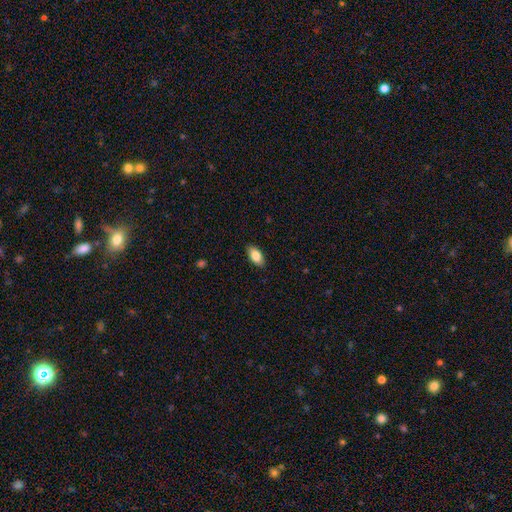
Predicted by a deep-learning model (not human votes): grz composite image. It shows a smooth galaxy with no disk features (85%) that is in between round and cigar-shaped (92%). Merging: none (89%).